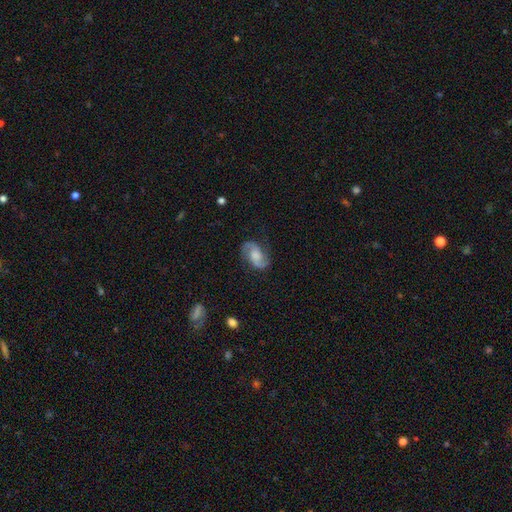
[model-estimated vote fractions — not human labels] featured or disk 79%, smooth 15%, star or artifact 6%. Down the decision tree: edge-on disk — no (97%); bar — no (54%); spiral arms — yes (96%); spiral arm count — 2 (92%); spiral winding — medium (48%); bulge size — moderate (35%); merging — none (77%).